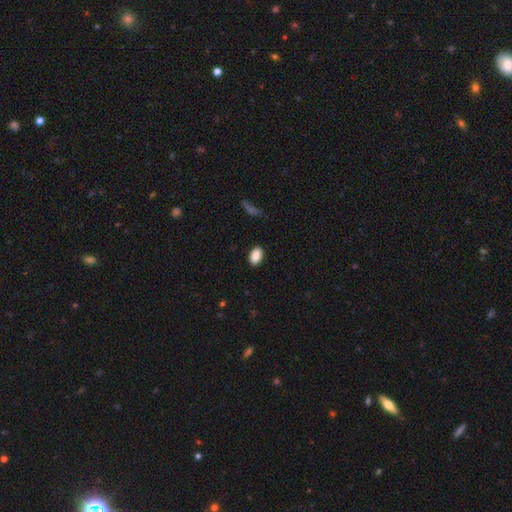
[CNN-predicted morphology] Overall: smooth (90%). How rounded: in between (91%). Merging: none (88%).